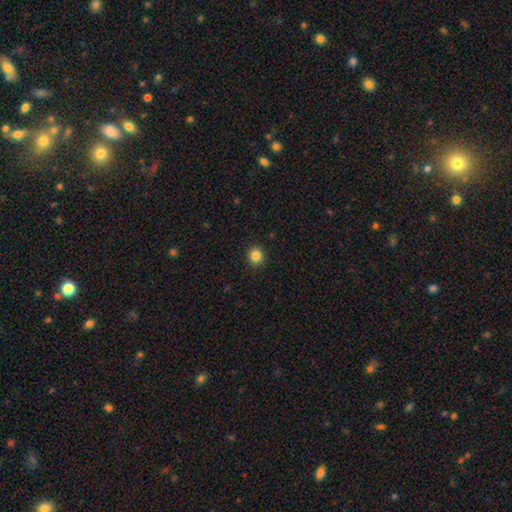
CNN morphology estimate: Smooth or featured? Predicted: smooth (p=0.84). How rounded? Predicted: round (p=0.90). Merging? Predicted: none (p=0.92).